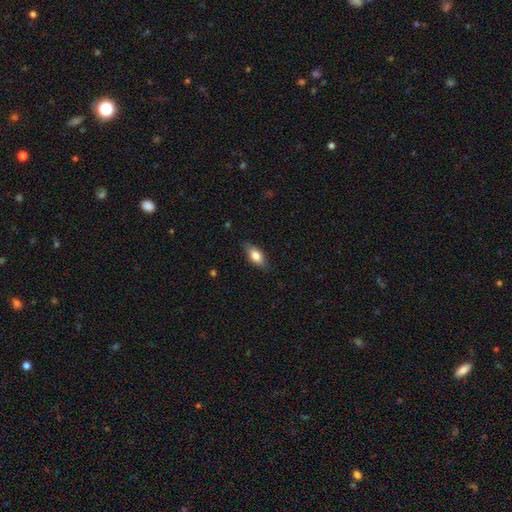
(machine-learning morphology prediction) This appears to be a smooth galaxy with no disk features (75%) that is in between round and cigar-shaped (82%). Merging: none (82%).